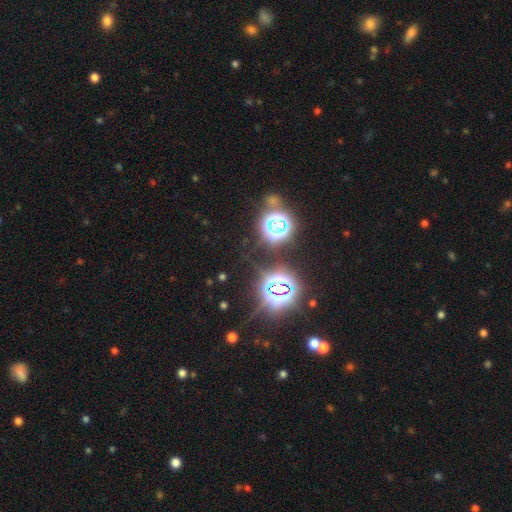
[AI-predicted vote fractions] This is likely a star or artifact rather than a galaxy (78%).